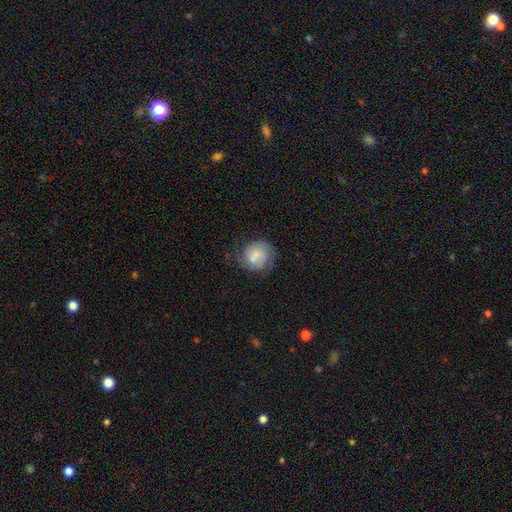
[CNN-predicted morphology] This appears to be a smooth galaxy with no disk features (50%) that is round (82%). Merging: none (53%).